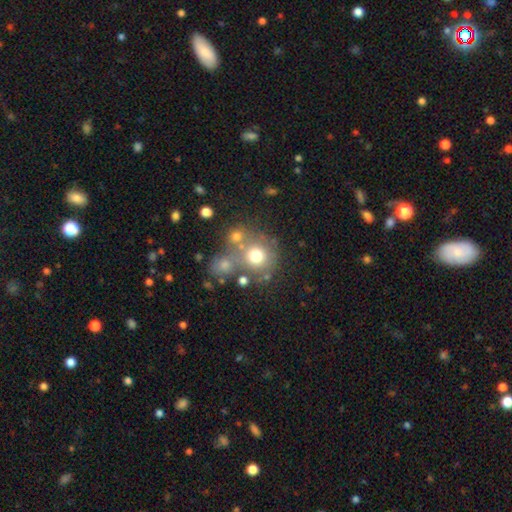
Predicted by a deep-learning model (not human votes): smooth 69%, featured or disk 16%, star or artifact 14%. Down the decision tree: how rounded — round (87%); merging — none (53%).